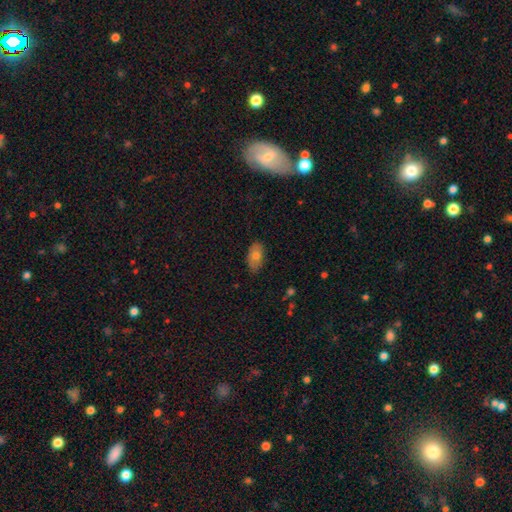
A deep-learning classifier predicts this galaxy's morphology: A smooth galaxy with no disk features (72%) that is in between round and cigar-shaped (92%). Merging: none (81%).